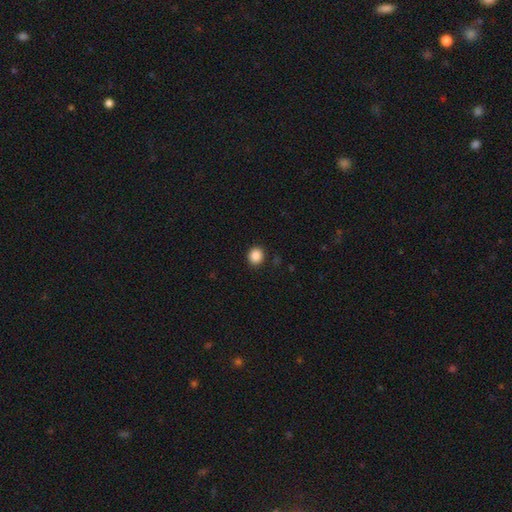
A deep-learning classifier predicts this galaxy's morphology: smooth 88%, star or artifact 9%, featured or disk 3%. Down the decision tree: how rounded — round (83%); merging — none (91%).